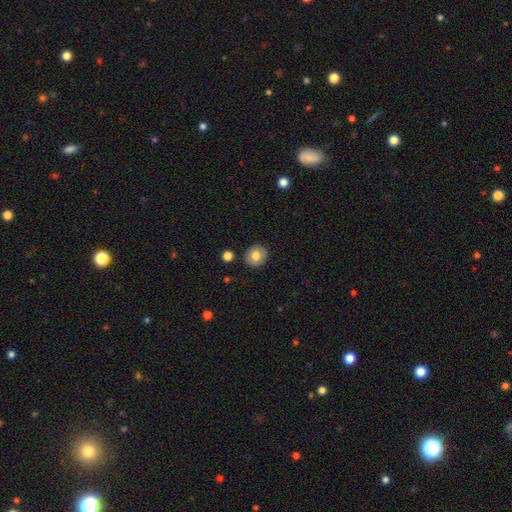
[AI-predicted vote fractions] This is likely a smooth galaxy (76%). How rounded: clearly round (82%). Merging: clearly none (89%).